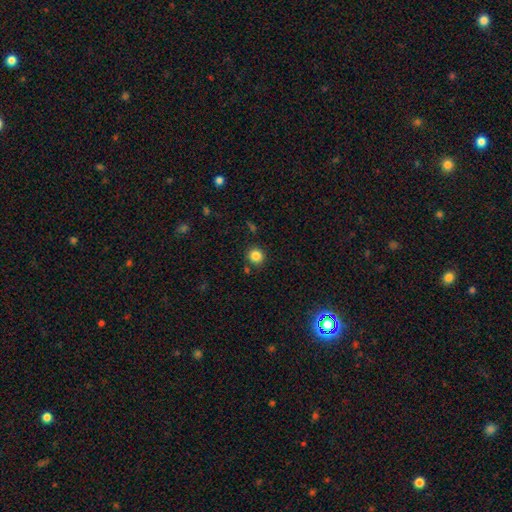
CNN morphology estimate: smooth 84%, star or artifact 12%, featured or disk 5%. Down the decision tree: how rounded — round (91%); merging — none (86%).